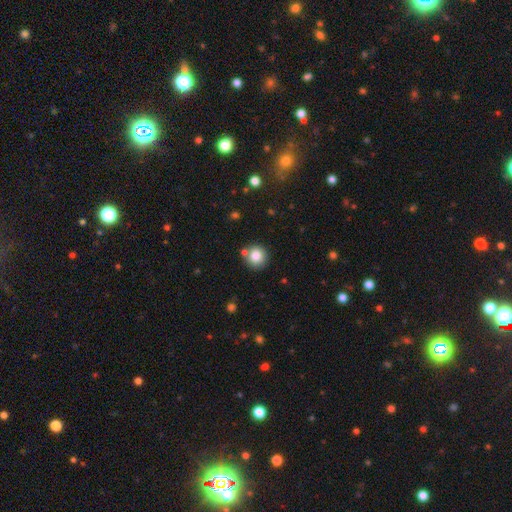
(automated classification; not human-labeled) Smooth or featured? smooth (82%)
How rounded? round (92%)
Merging? none (77%)